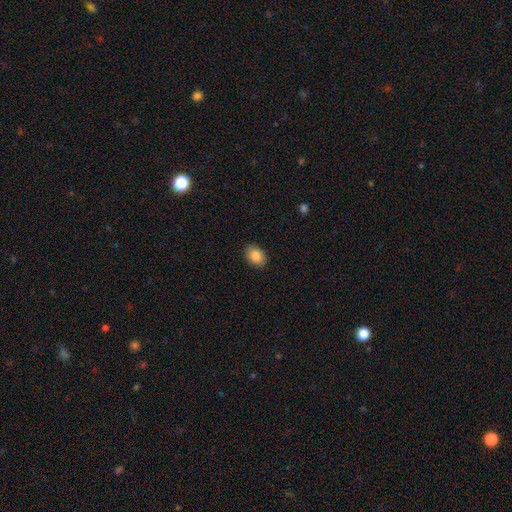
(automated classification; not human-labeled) The model was most divided on "how rounded": in between: 76%, round: 23%, cigar-shaped: 1%. More confident: merging — none (89%); smooth or featured — smooth (87%).